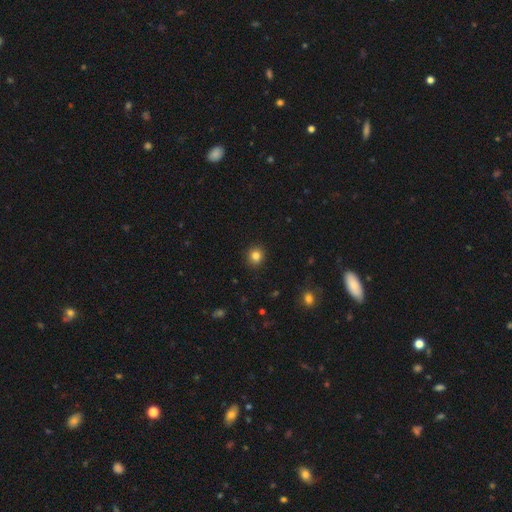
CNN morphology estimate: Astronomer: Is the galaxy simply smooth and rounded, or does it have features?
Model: smooth — 83%.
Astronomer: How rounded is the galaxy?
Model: round — 86%.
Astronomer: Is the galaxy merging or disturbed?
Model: none — 91%.